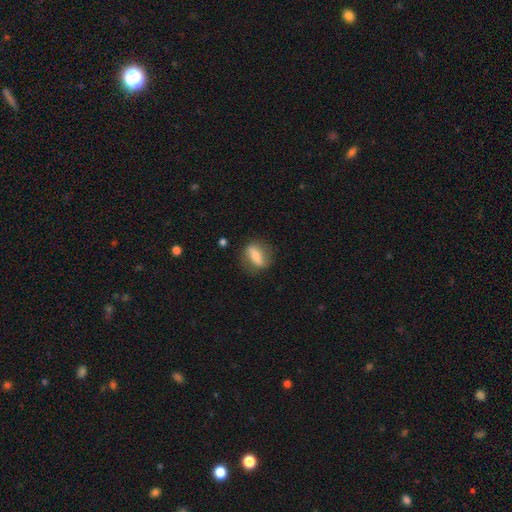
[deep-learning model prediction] Overall: smooth (50%; featured or disk 42%). How rounded: in between (61%). Merging: none (78%).